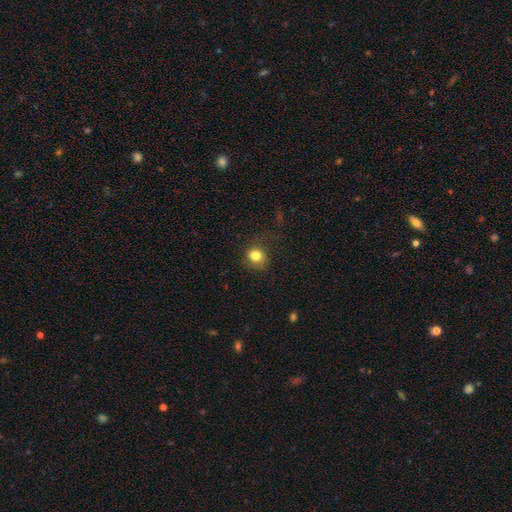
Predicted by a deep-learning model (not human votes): Smooth or featured?
  - smooth: 80% *
  - star or artifact: 12%
  - featured or disk: 7%
How rounded?
  - round: 80% *
  - in between: 19%
  - cigar-shaped: 1%
Merging?
  - none: 73% *
  - minor disturbance: 17%
  - major disturbance: 9%
  - merger: 1%